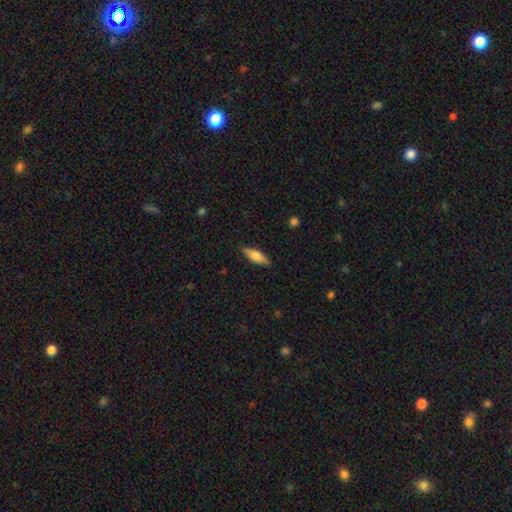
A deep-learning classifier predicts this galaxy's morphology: Smooth or featured: smooth — 69% (featured or disk — 24%)
How rounded: cigar-shaped — 53% (in between — 44%)
Merging: none — 87% (minor disturbance — 10%)